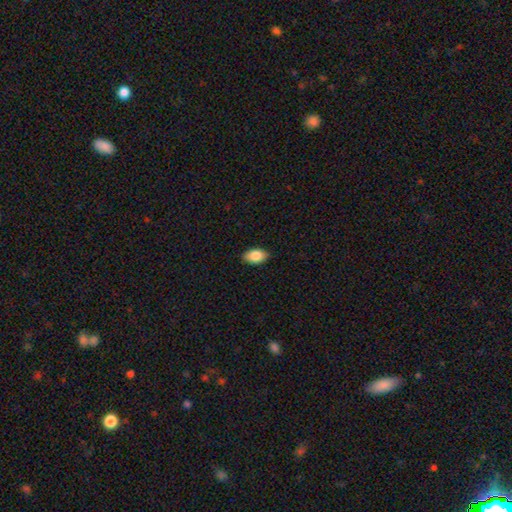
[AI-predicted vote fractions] The model was most divided on "merging": none: 87%, minor disturbance: 10%, major disturbance: 2%, merger: 1%. More confident: how rounded — in between (90%); smooth or featured — smooth (86%).